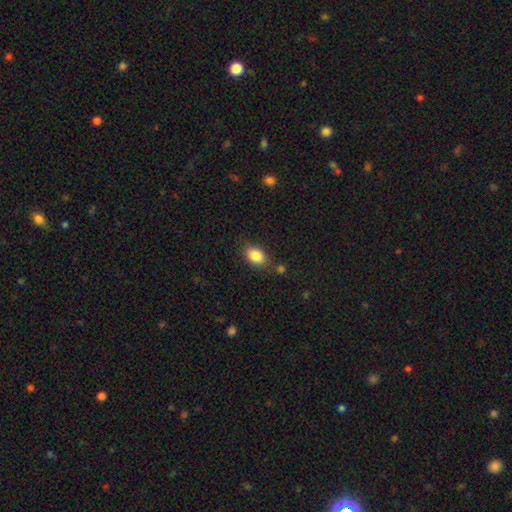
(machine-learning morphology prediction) smooth-or-featured: smooth: 86% | star or artifact: 8% | featured or disk: 6%
  how-rounded: in between: 82% | round: 17% | cigar-shaped: 1%
  merging: none: 77% | minor disturbance: 14% | merger: 5% | major disturbance: 4%